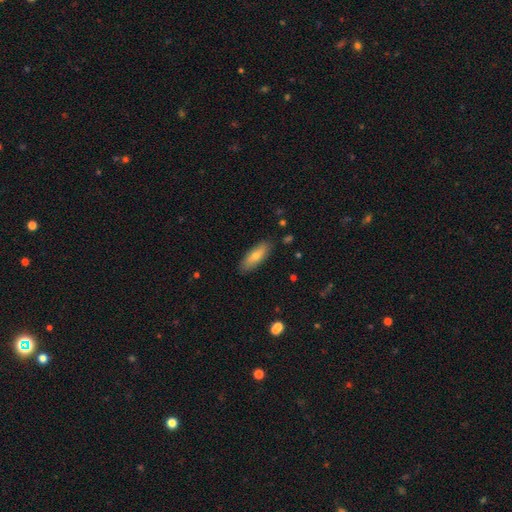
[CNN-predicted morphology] smooth 73%, featured or disk 20%, star or artifact 6%. Down the decision tree: how rounded — in between (62%); merging — none (86%).